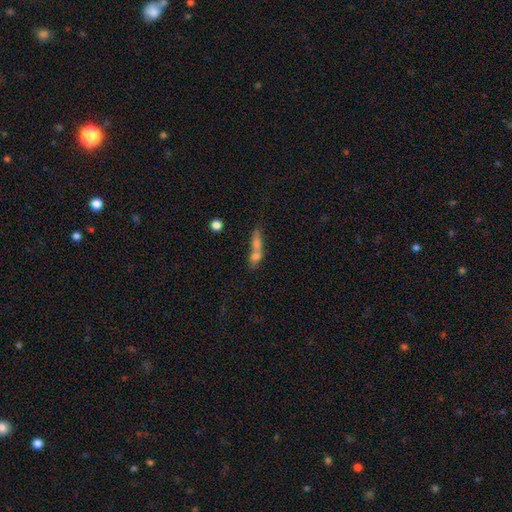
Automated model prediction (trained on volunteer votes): Smooth or featured? smooth (65%)
How rounded? in between (51%)
Merging? merger (68%)